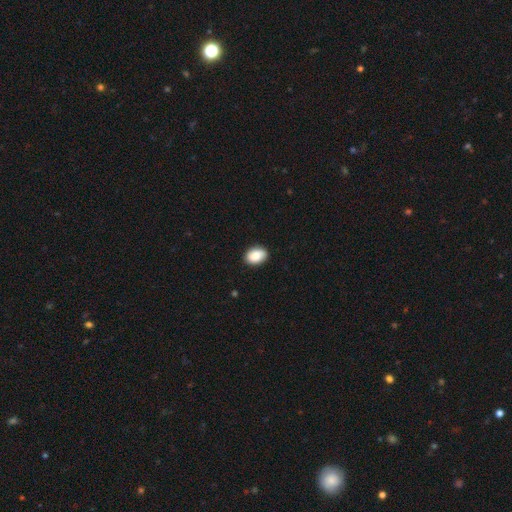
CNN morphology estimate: This appears to be a smooth galaxy with no disk features (88%) that is in between round and cigar-shaped (81%). Merging: none (87%).